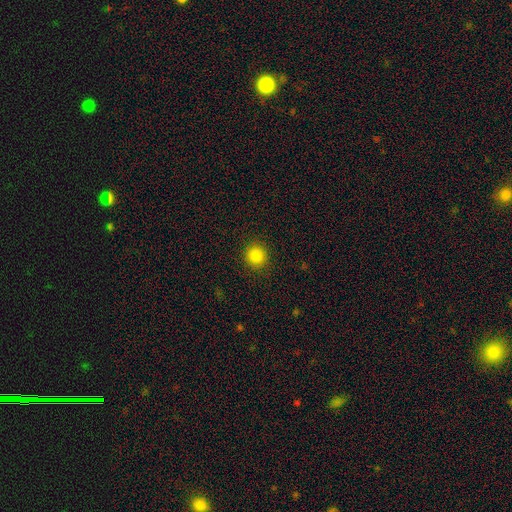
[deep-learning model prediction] Smooth or featured? Predicted: smooth (p=0.85). How rounded? Predicted: round (p=0.92). Merging? Predicted: none (p=0.91).